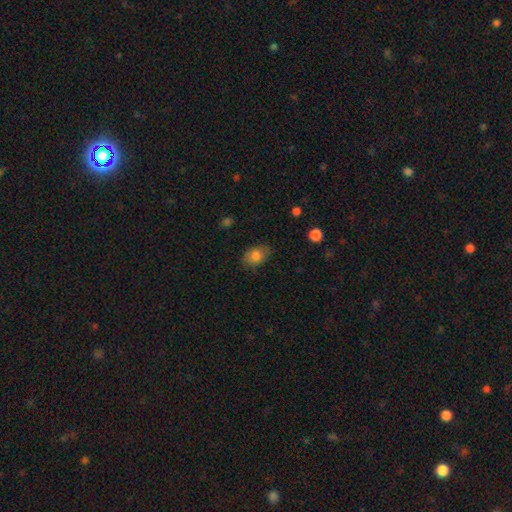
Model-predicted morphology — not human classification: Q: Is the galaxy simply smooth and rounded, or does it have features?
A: smooth — 81%.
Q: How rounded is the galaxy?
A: in between — 83%.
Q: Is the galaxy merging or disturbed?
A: none — 79%.